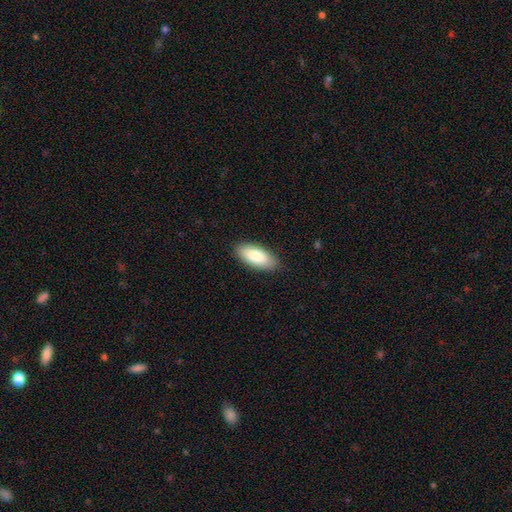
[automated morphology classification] Smooth or featured? smooth (83%)
How rounded? in between (87%)
Merging? none (87%)